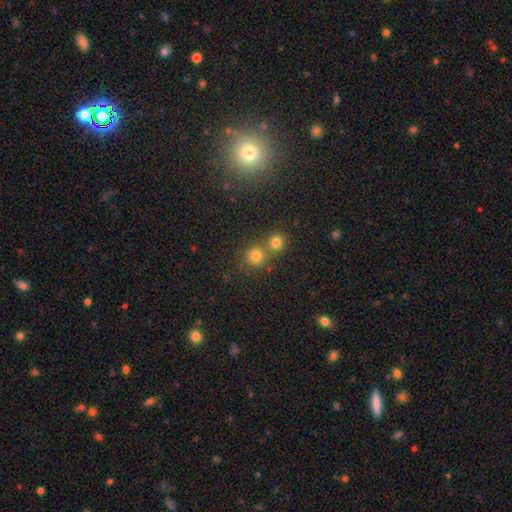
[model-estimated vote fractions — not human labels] smooth-or-featured: smooth: 77% | star or artifact: 16% | featured or disk: 7%
  how-rounded: round: 88% | in between: 11% | cigar-shaped: 1%
  merging: none: 52% | merger: 39% | minor disturbance: 6% | major disturbance: 3%